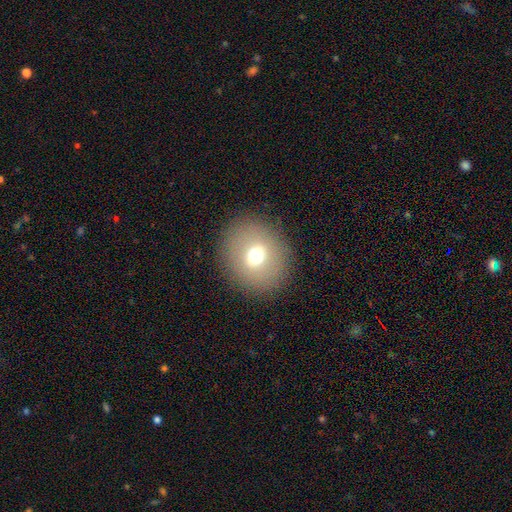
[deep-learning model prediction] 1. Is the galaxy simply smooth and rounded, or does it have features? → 62% smooth, 23% featured or disk, 14% star or artifact.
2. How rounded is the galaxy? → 70% round, 29% in between, 1% cigar-shaped.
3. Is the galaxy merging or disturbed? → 87% none, 7% minor disturbance, 4% major disturbance, 1% merger.